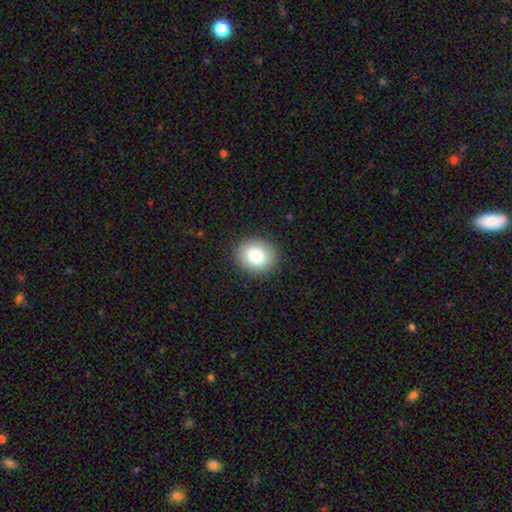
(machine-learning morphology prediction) smooth 83%, star or artifact 9%, featured or disk 8%. Down the decision tree: how rounded — round (70%); merging — none (90%).